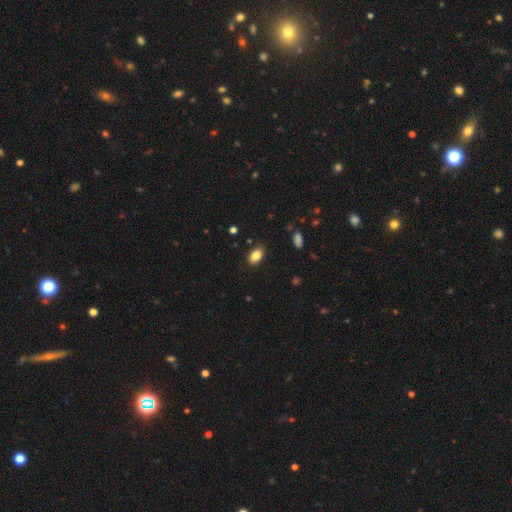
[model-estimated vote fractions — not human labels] Q: Smooth or featured?
A: smooth (85%); runner-up: star or artifact (9%)
Q: How rounded?
A: in between (89%); runner-up: round (8%)
Q: Merging?
A: none (85%); runner-up: minor disturbance (11%)